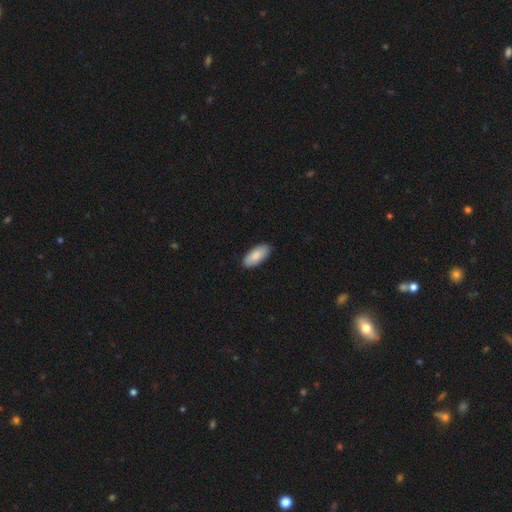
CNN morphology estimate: smooth-or-featured: smooth: 88% | featured or disk: 7% | star or artifact: 5%
  how-rounded: in between: 91% | cigar-shaped: 7% | round: 2%
  merging: none: 90% | minor disturbance: 8% | major disturbance: 2% | merger: 1%